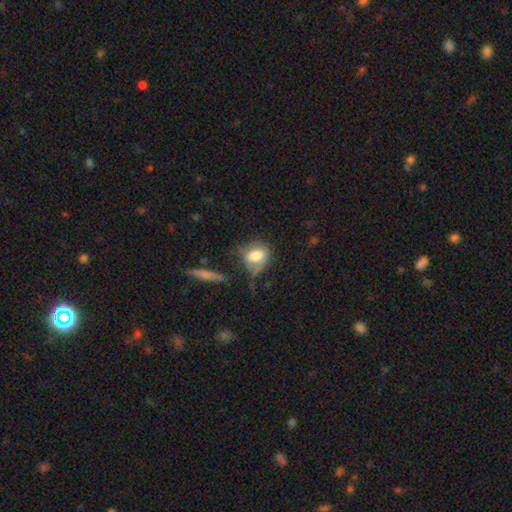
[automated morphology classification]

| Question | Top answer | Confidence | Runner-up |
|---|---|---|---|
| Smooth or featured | smooth | 74% | featured or disk (17%) |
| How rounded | in between | 51% | round (47%) |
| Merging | none | 39% | minor disturbance (29%) |